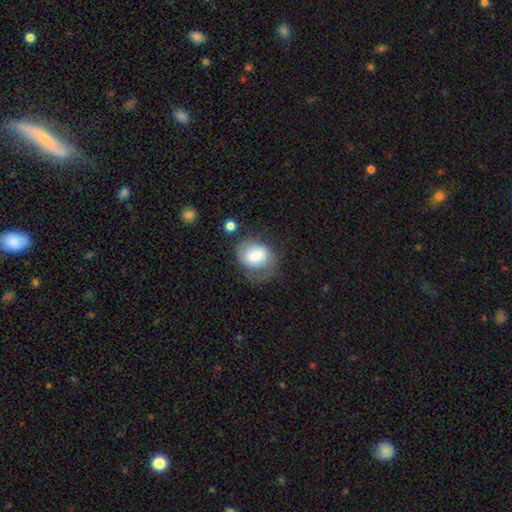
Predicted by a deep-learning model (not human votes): Smooth or featured?
  - smooth: 67% *
  - featured or disk: 25%
  - star or artifact: 8%
How rounded?
  - in between: 52% *
  - round: 47%
  - cigar-shaped: 1%
Merging?
  - none: 42% *
  - minor disturbance: 30%
  - major disturbance: 23%
  - merger: 5%